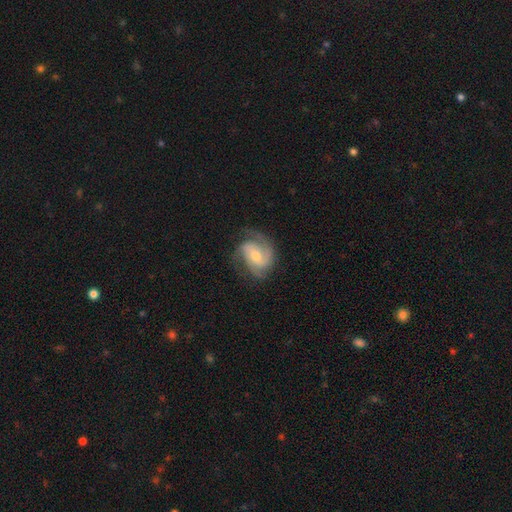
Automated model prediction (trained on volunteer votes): smooth_or_featured: featured or disk (p=0.86) [alt: smooth p=0.09]
disk_edge_on: no (p=0.98) [alt: yes p=0.02]
bar: no (p=0.46) [alt: weak p=0.42]
has_spiral_arms: yes (p=0.97) [alt: no p=0.03]
spiral_winding: medium (p=0.47) [alt: tight p=0.40]
spiral_arm_count: 3 (p=0.49) [alt: 2 p=0.29]
bulge_size: moderate (p=0.61) [alt: small p=0.33]
merging: none (p=0.71) [alt: minor disturbance p=0.19]